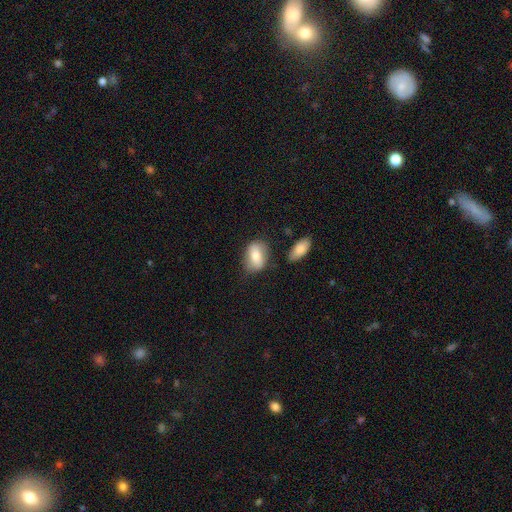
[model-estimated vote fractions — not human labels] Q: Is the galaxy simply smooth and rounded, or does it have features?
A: smooth — 75%.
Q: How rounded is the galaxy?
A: in between — 82%.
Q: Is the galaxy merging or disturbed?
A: none — 67%.